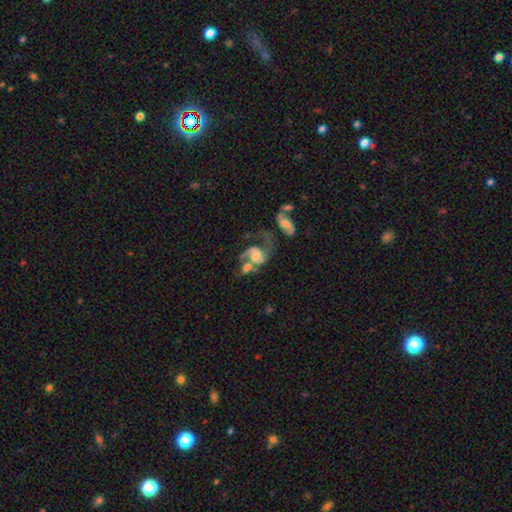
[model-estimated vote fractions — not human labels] Q: Smooth or featured?
A: featured or disk (77%); runner-up: smooth (15%)
Q: Edge-on disk?
A: no (97%); runner-up: yes (3%)
Q: Bar?
A: no (58%); runner-up: weak (33%)
Q: Spiral arms?
A: yes (89%); runner-up: no (11%)
Q: Spiral winding?
A: loose (46%); runner-up: medium (42%)
Q: Spiral arm count?
A: 2 (73%); runner-up: 1 (17%)
Q: Bulge size?
A: moderate (45%); runner-up: small (21%)
Q: Merging?
A: merger (52%); runner-up: major disturbance (21%)